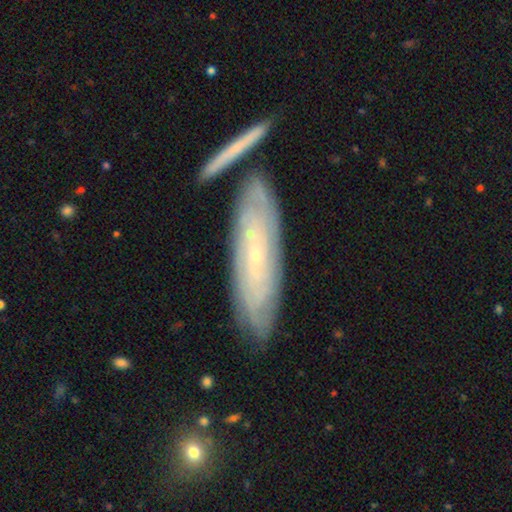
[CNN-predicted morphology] This appears to be a featured or disk galaxy (73%) with no bar (76%), spiral arms (84%) and a small central bulge (87%). Merging: none (74%).